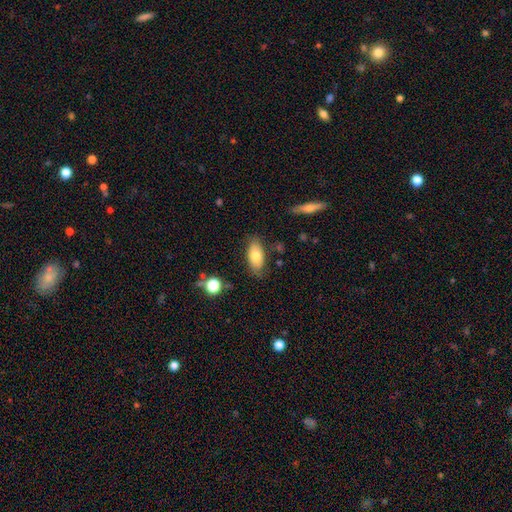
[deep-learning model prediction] Morphology: type=smooth (75%); roundness=in between (90%); merging=none (77%).